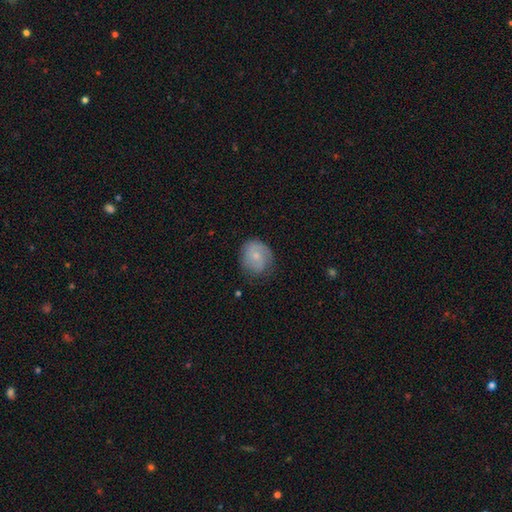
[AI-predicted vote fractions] smooth-or-featured: smooth: 52% | featured or disk: 41% | star or artifact: 7%
  how-rounded: round: 71% | in between: 28% | cigar-shaped: 1%
  merging: none: 67% | minor disturbance: 23% | major disturbance: 8% | merger: 1%